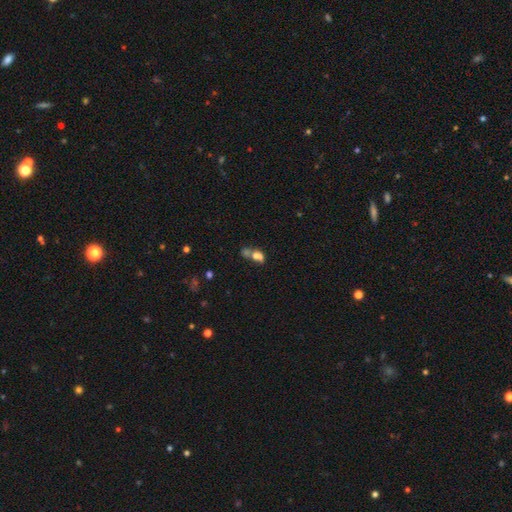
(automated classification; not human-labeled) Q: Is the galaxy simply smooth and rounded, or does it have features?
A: smooth — 66%.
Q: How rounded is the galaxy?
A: in between — 64%.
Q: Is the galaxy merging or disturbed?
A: merger — 64%.